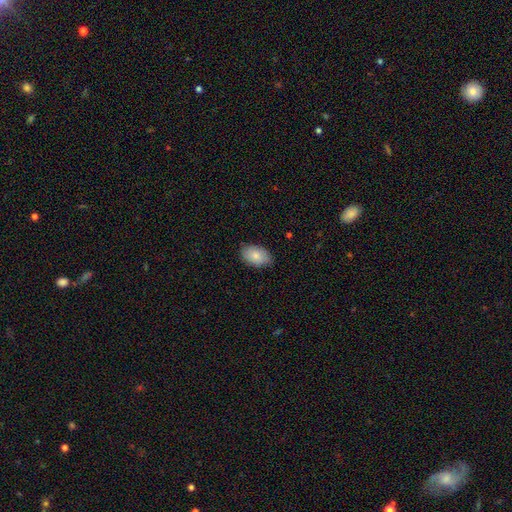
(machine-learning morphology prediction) type=smooth (84%); roundness=in between (91%); merging=none (81%).